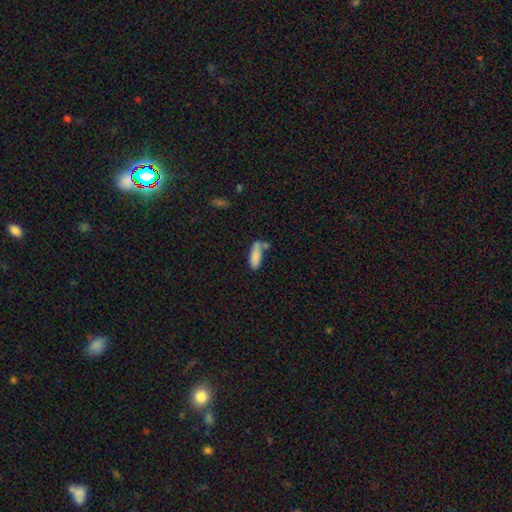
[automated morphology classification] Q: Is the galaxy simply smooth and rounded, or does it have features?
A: smooth — 83%.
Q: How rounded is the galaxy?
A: in between — 56%.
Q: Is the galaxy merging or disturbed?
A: none — 49%.